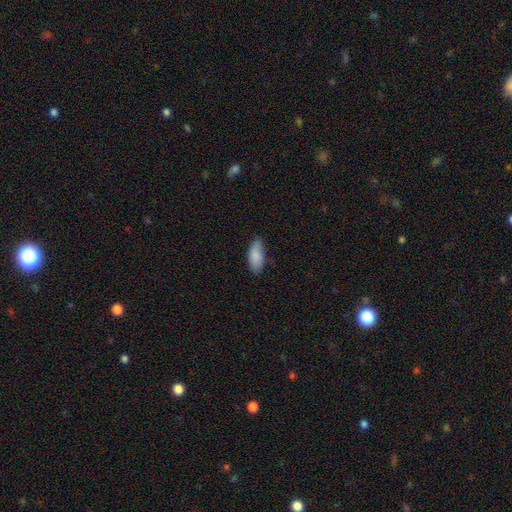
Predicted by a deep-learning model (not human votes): smooth 86%, featured or disk 8%, star or artifact 6%. Down the decision tree: how rounded — in between (85%); merging — none (75%).